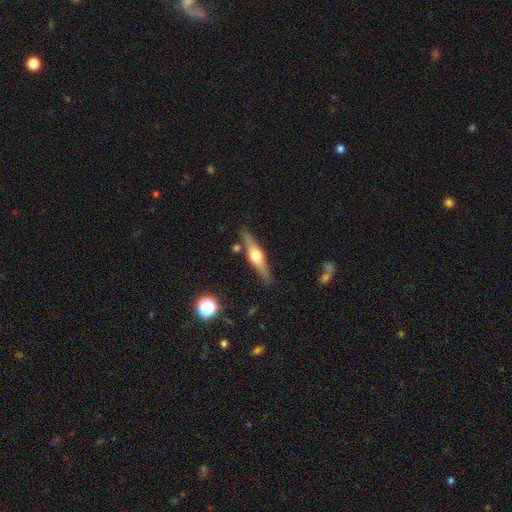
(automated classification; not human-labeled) Morphology: type=featured or disk (64%); edge-on=yes (95%); edge-on bulge=rounded (92%); merging=none (85%).